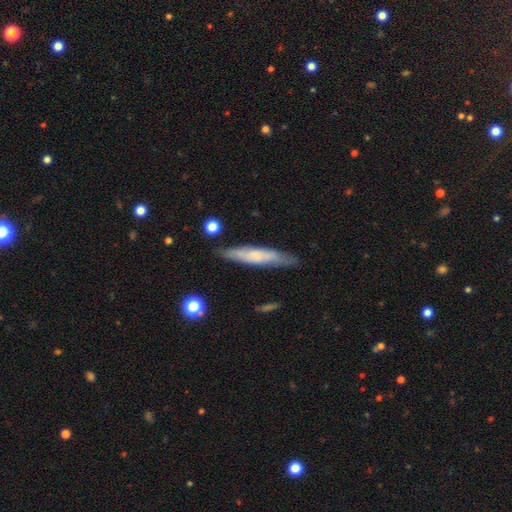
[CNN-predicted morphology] The model was most divided on "smooth or featured": smooth: 55%, featured or disk: 39%, star or artifact: 6%. More confident: how rounded — cigar-shaped (88%); merging — none (84%).